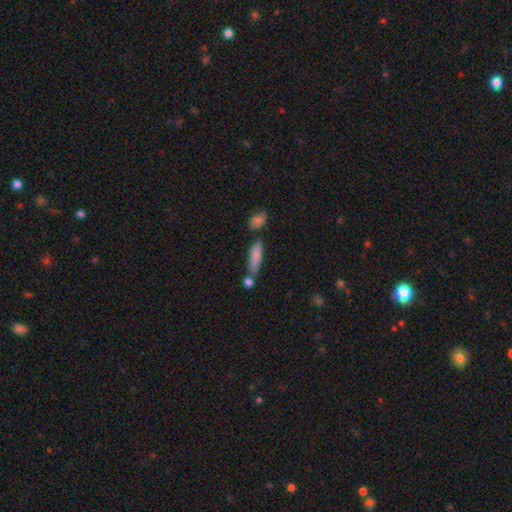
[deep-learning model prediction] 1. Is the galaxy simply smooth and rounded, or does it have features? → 79% smooth, 14% featured or disk, 7% star or artifact.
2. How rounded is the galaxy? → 53% cigar-shaped, 44% in between, 3% round.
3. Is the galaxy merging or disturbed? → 64% none, 16% minor disturbance, 16% merger, 4% major disturbance.